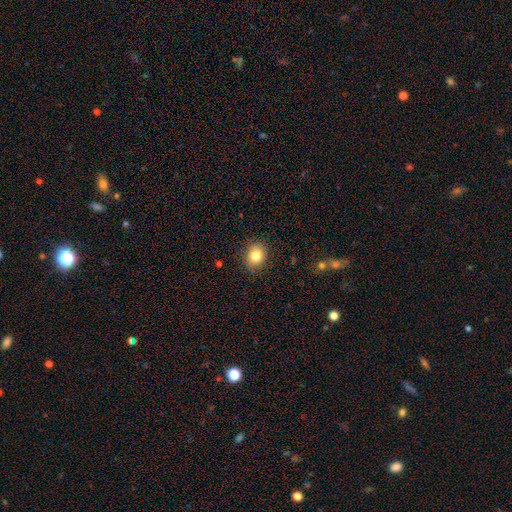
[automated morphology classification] type=smooth (83%); roundness=round (60%); merging=none (88%).